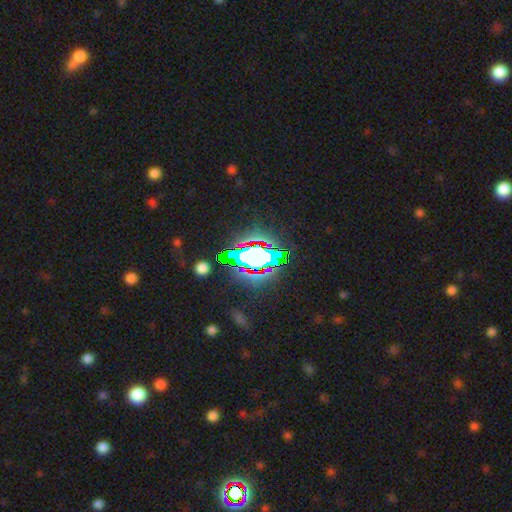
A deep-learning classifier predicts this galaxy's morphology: smooth-or-featured: star or artifact: 82% | smooth: 11% | featured or disk: 8%